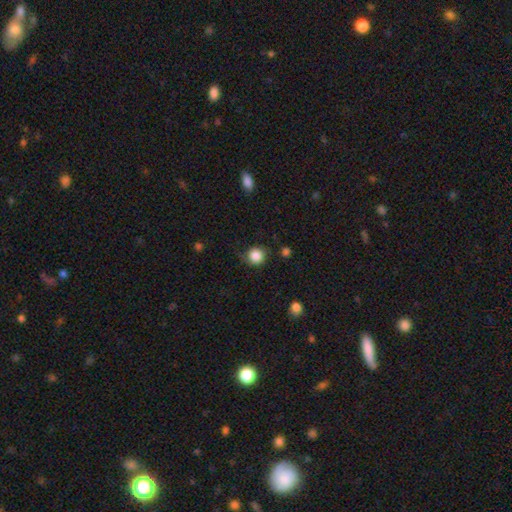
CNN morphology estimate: smooth_or_featured: smooth (p=0.86) [alt: star or artifact p=0.10]
how_rounded: round (p=0.92) [alt: in between p=0.07]
merging: none (p=0.78) [alt: minor disturbance p=0.15]